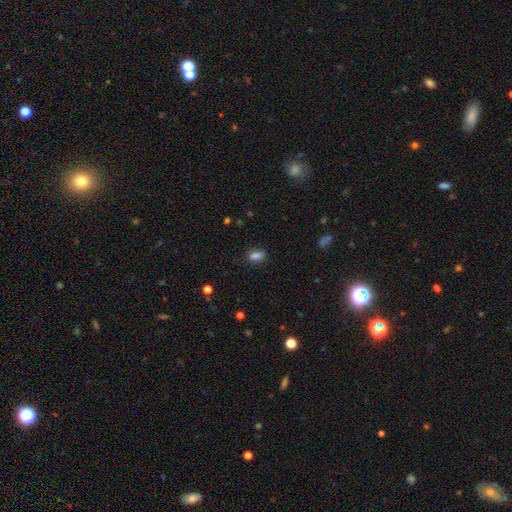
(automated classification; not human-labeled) Smooth or featured? smooth (83%)
How rounded? in between (84%)
Merging? none (81%)